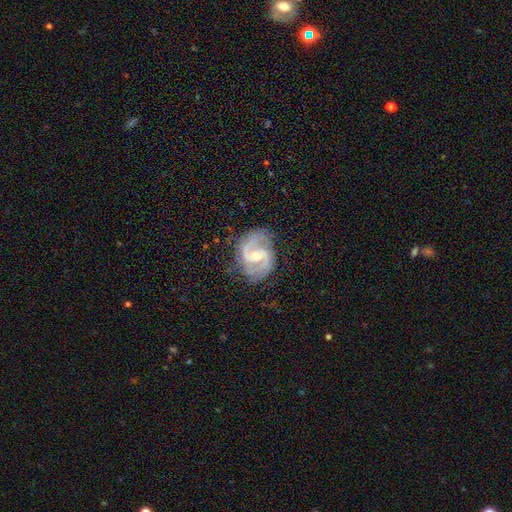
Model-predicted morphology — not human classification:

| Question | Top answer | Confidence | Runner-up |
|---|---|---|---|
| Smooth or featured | featured or disk | 89% | star or artifact (5%) |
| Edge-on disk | no | 98% | yes (2%) |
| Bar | weak | 52% | strong (26%) |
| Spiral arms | yes | 97% | no (3%) |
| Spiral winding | medium | 54% | tight (30%) |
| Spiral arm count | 2 | 86% | 3 (5%) |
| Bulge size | moderate | 56% | small (40%) |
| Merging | none | 77% | minor disturbance (16%) |